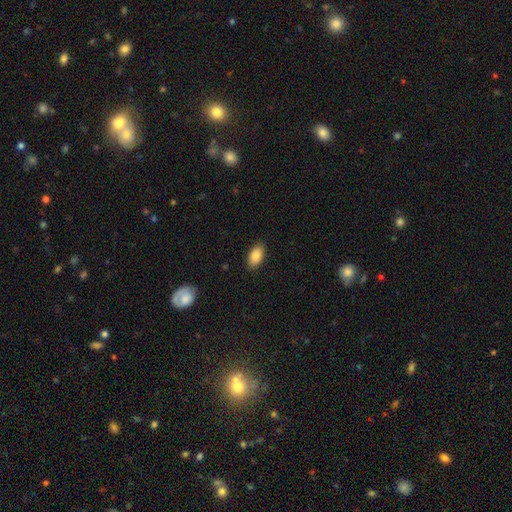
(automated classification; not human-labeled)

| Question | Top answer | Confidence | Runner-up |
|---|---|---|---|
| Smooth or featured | smooth | 86% | star or artifact (7%) |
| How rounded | in between | 93% | round (4%) |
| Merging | none | 88% | minor disturbance (9%) |